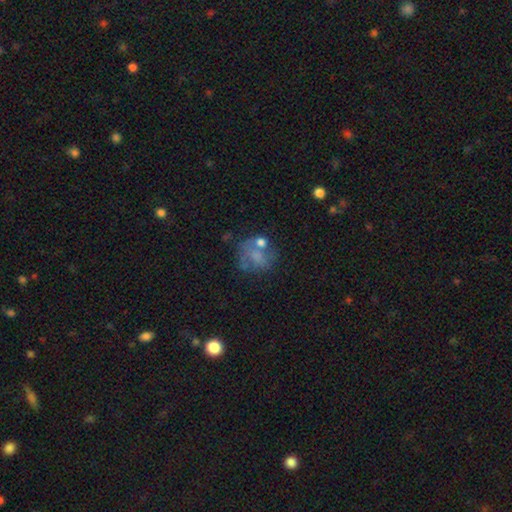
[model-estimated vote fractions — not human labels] Smooth or featured: featured or disk — 43% (smooth — 42%)
Merging: none — 43% (major disturbance — 22%)